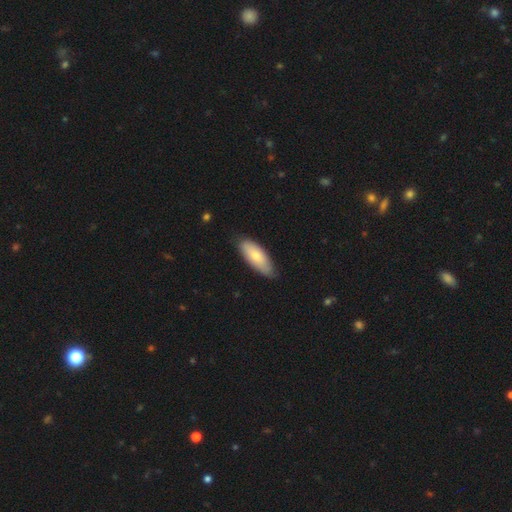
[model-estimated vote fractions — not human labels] Smooth or featured? smooth (76%)
How rounded? in between (78%)
Merging? none (76%)